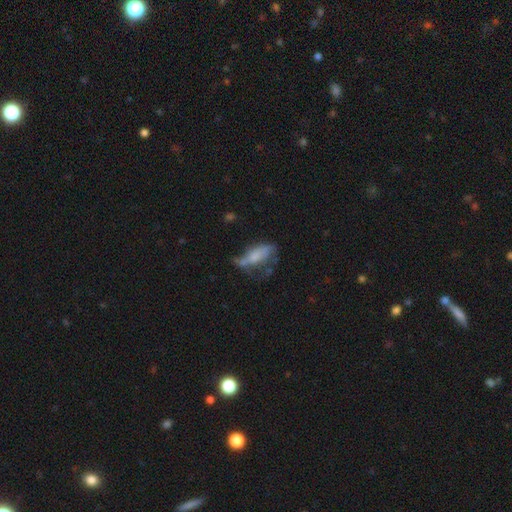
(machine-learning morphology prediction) The model was most divided on "merging": major disturbance: 37%, none: 26%, minor disturbance: 26%, merger: 12%. More confident: how rounded — in between (77%); smooth or featured — smooth (52%).